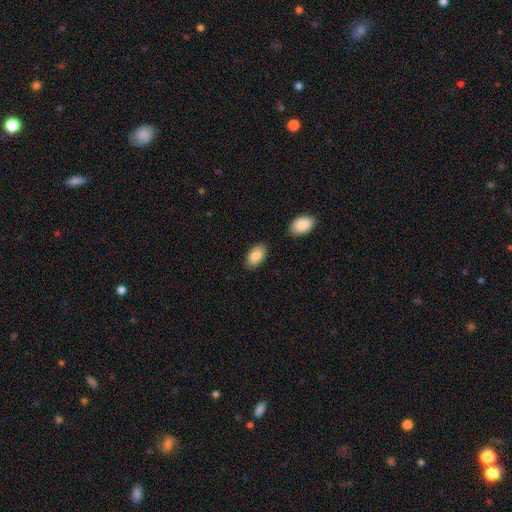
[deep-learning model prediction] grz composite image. It shows a smooth galaxy with no disk features (86%) that is in between round and cigar-shaped (94%). Merging: none (82%).